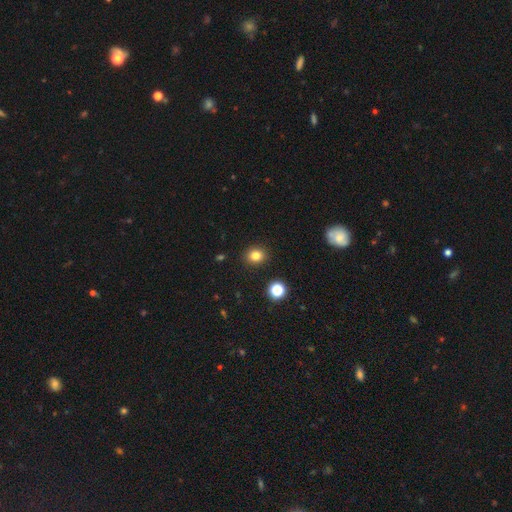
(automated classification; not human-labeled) Morphology: type=smooth (81%); roundness=round (68%); merging=none (90%).